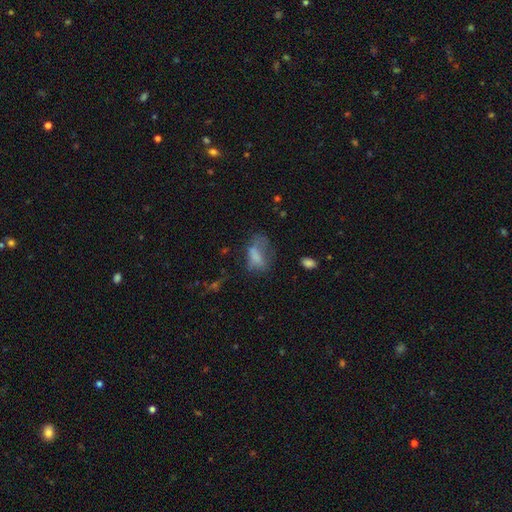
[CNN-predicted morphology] Q: Smooth or featured?
A: smooth (61%); runner-up: featured or disk (25%)
Q: How rounded?
A: in between (82%); runner-up: round (9%)
Q: Merging?
A: major disturbance (40%); runner-up: none (30%)